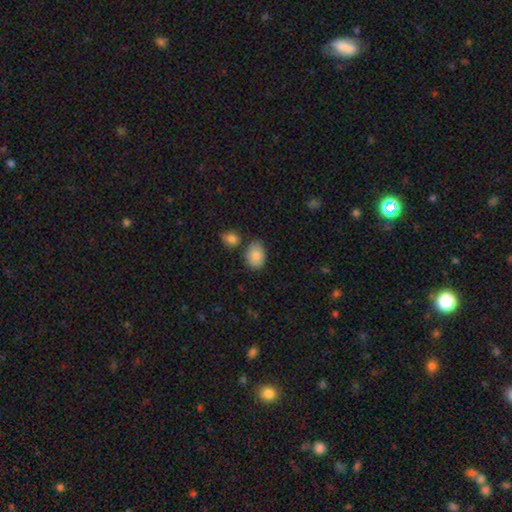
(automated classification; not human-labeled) The model was most divided on "merging": none: 71%, minor disturbance: 17%, merger: 9%, major disturbance: 4%. More confident: smooth or featured — smooth (86%); how rounded — in between (80%).